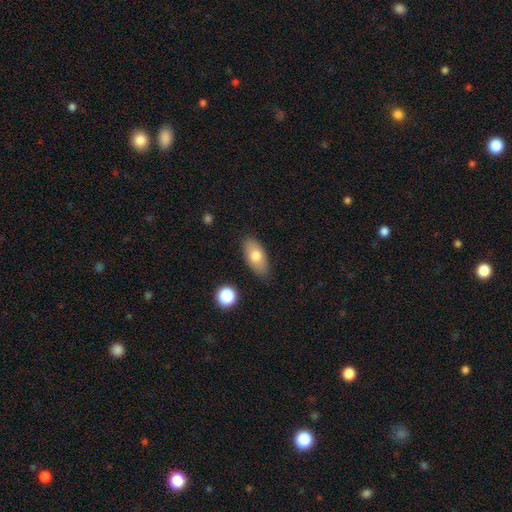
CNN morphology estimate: Overall: smooth (73%). How rounded: in between (89%). Merging: none (81%).